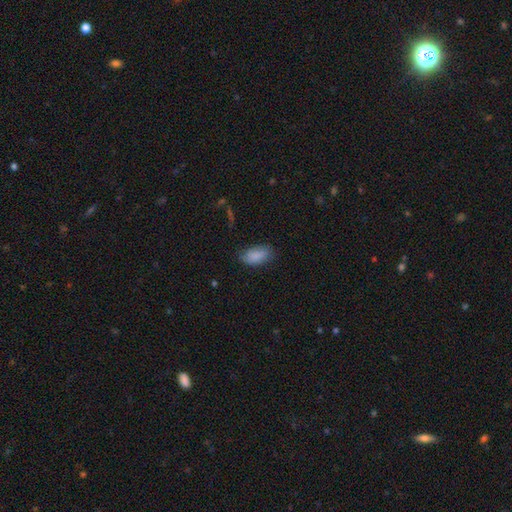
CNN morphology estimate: smooth-or-featured: smooth: 86% | star or artifact: 7% | featured or disk: 7%
  how-rounded: in between: 93% | round: 4% | cigar-shaped: 3%
  merging: none: 71% | minor disturbance: 22% | major disturbance: 5% | merger: 1%